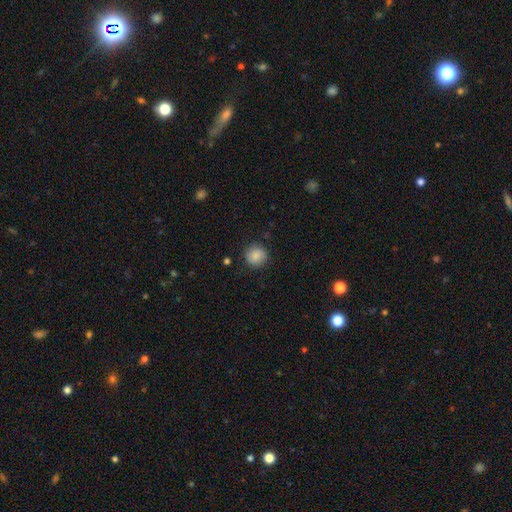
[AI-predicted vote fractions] Smooth or featured? Predicted: smooth (p=0.86). How rounded? Predicted: round (p=0.90). Merging? Predicted: none (p=0.87).